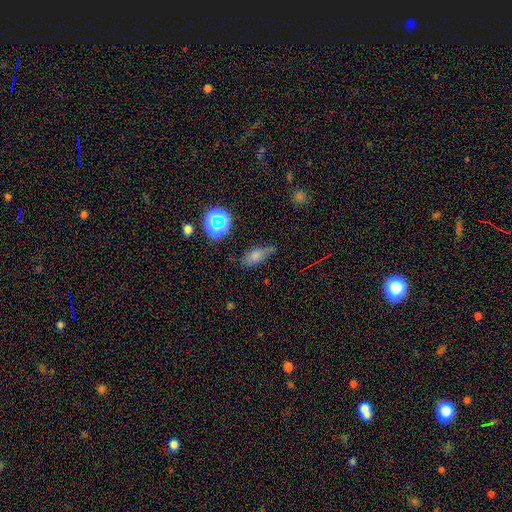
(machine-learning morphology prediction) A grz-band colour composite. It shows a smooth galaxy with no disk features (69%) that is in between round and cigar-shaped (74%). Merging: none (59%).